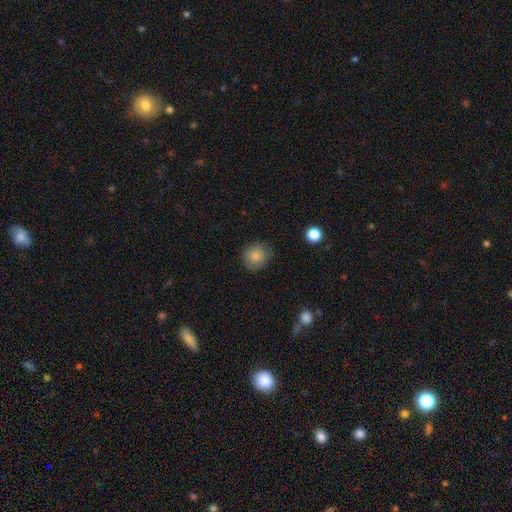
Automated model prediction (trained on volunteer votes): Smooth or featured?
  - smooth: 83% *
  - star or artifact: 9%
  - featured or disk: 8%
How rounded?
  - round: 84% *
  - in between: 15%
  - cigar-shaped: 1%
Merging?
  - none: 82% *
  - minor disturbance: 14%
  - major disturbance: 3%
  - merger: 1%